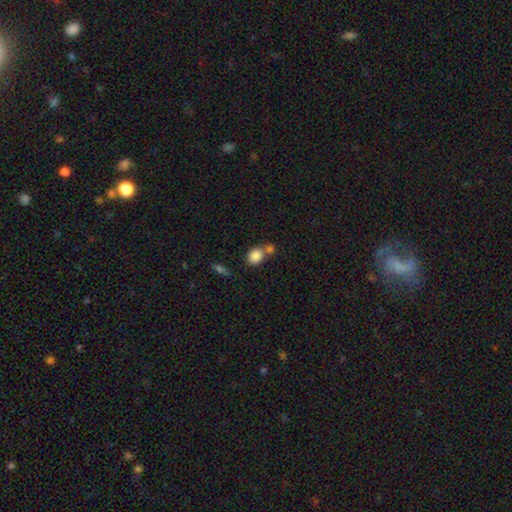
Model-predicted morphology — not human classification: Overall: smooth (85%). How rounded: round (57%; in between 42%). Merging: none (47%; merger 39%).